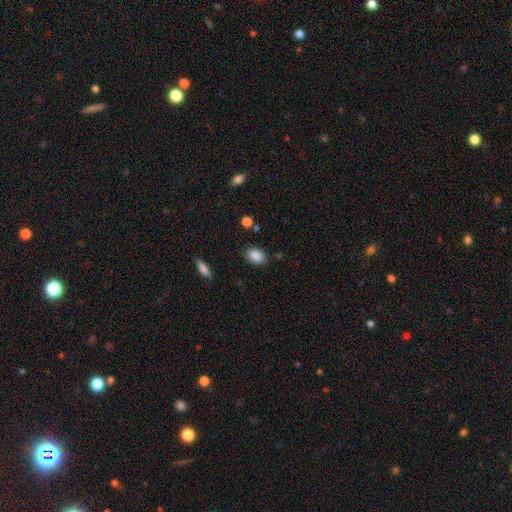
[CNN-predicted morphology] Q: Smooth or featured?
A: smooth (87%); runner-up: star or artifact (9%)
Q: How rounded?
A: in between (73%); runner-up: round (26%)
Q: Merging?
A: none (84%); runner-up: minor disturbance (11%)